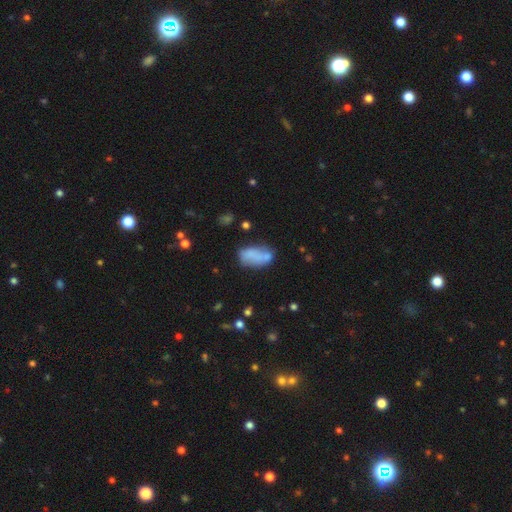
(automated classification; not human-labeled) Smooth or featured?
  - smooth: 64% *
  - featured or disk: 26%
  - star or artifact: 10%
How rounded?
  - in between: 90% *
  - round: 6%
  - cigar-shaped: 4%
Merging?
  - none: 41% *
  - merger: 25%
  - minor disturbance: 23%
  - major disturbance: 12%